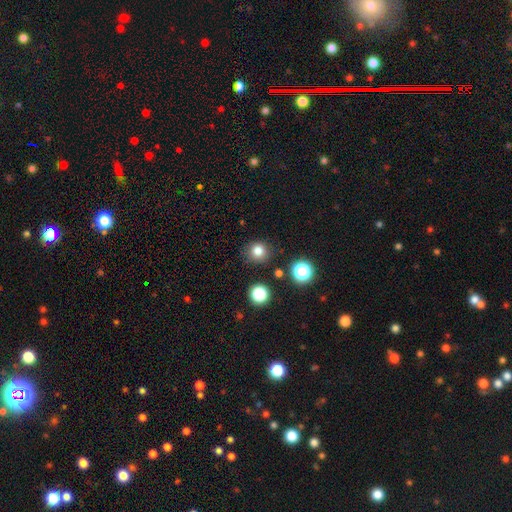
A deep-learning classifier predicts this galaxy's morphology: This appears to be a smooth galaxy with no disk features (71%) that is round (91%). Merging: none (88%).